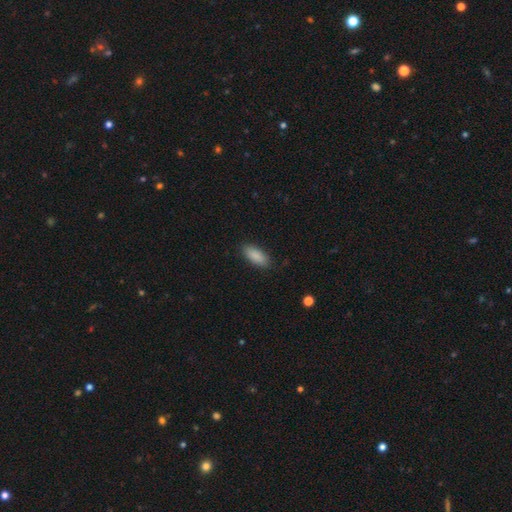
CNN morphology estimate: A smooth galaxy with no disk features (89%) that is in between round and cigar-shaped (82%).

Vote fractions:
- Smooth or featured? smooth: 89% / star or artifact: 6% / featured or disk: 5%
- How rounded? in between: 82% / cigar-shaped: 16% / round: 2%
- Merging? none: 87% / minor disturbance: 10% / major disturbance: 2% / merger: 1%